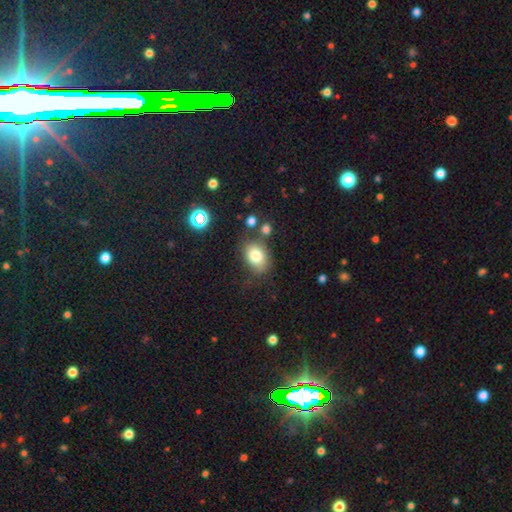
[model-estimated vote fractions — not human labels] smooth_or_featured: smooth (p=0.79) [alt: featured or disk p=0.10]
how_rounded: in between (p=0.74) [alt: round p=0.25]
merging: none (p=0.70) [alt: minor disturbance p=0.17]